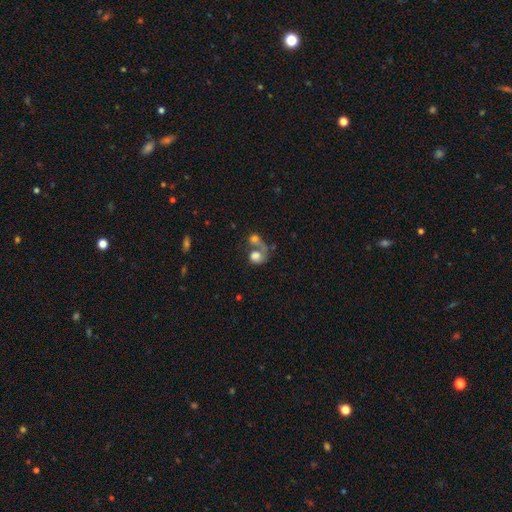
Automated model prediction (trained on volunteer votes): smooth-or-featured: smooth: 61% | featured or disk: 28% | star or artifact: 10%
  how-rounded: round: 58% | in between: 40% | cigar-shaped: 2%
  merging: merger: 57% | none: 18% | major disturbance: 17% | minor disturbance: 8%